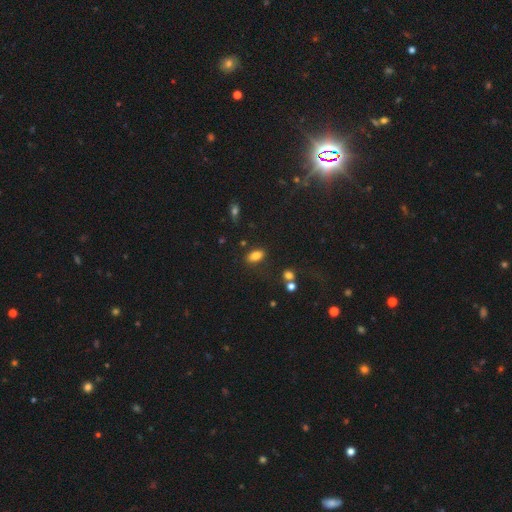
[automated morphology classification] Smooth or featured? smooth (81%)
How rounded? in between (87%)
Merging? none (82%)